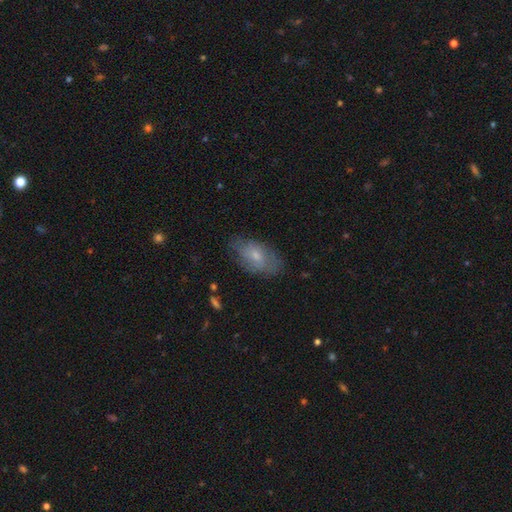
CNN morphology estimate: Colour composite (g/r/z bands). It shows a smooth galaxy with no disk features (63%) that is in between round and cigar-shaped (91%). Merging: none (67%).